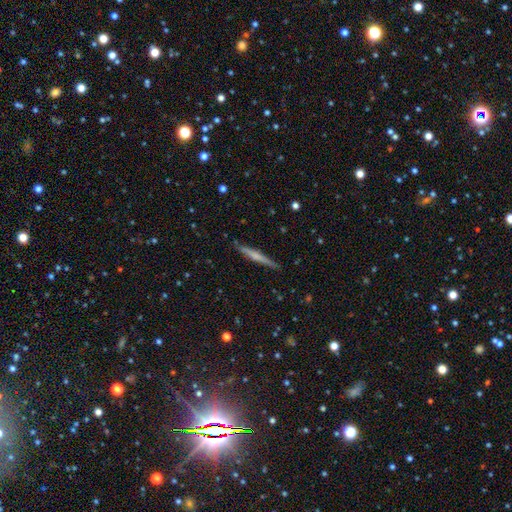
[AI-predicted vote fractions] Overall: featured or disk (54%; smooth 40%). Edge-on disk: yes (98%). Edge-on bulge: none (43%, tied with rounded). Merging: none (89%).